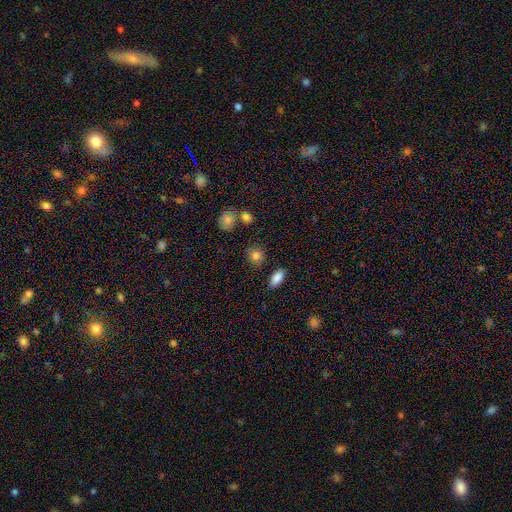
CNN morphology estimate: The model was most divided on "how rounded": round: 67%, in between: 31%, cigar-shaped: 2%. More confident: smooth or featured — smooth (84%); merging — none (82%).